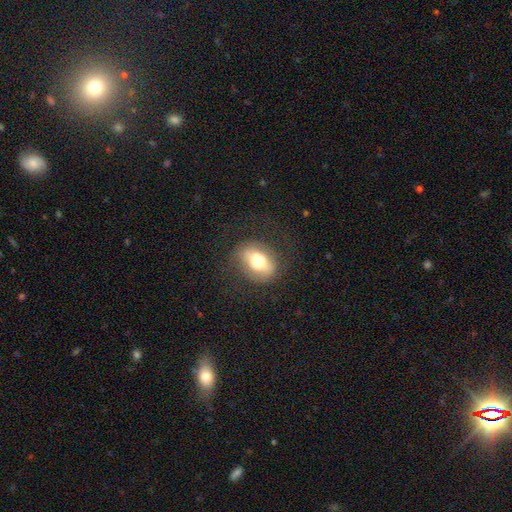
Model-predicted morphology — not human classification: Overall: smooth (53%; featured or disk 35%). How rounded: in between (75%). Merging: none (79%).